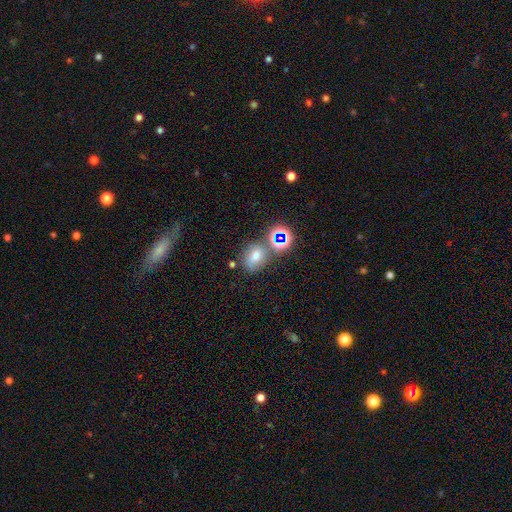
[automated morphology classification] The model was most divided on "how rounded": in between: 54%, round: 44%, cigar-shaped: 2%. More confident: merging — none (61%); smooth or featured — smooth (54%).